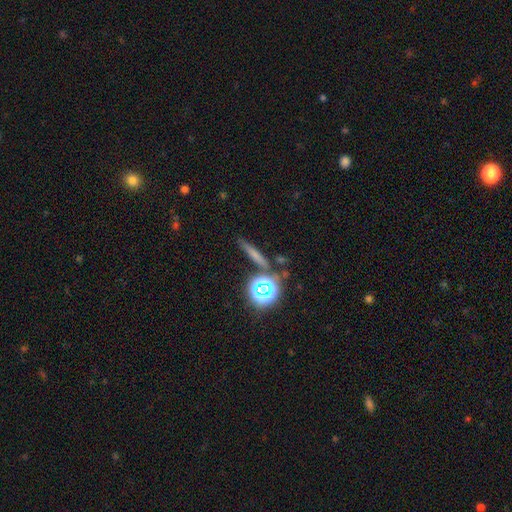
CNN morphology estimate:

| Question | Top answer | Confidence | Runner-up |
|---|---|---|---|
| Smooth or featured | smooth | 59% | star or artifact (21%) |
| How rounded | cigar-shaped | 76% | round (15%) |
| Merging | none | 81% | minor disturbance (9%) |